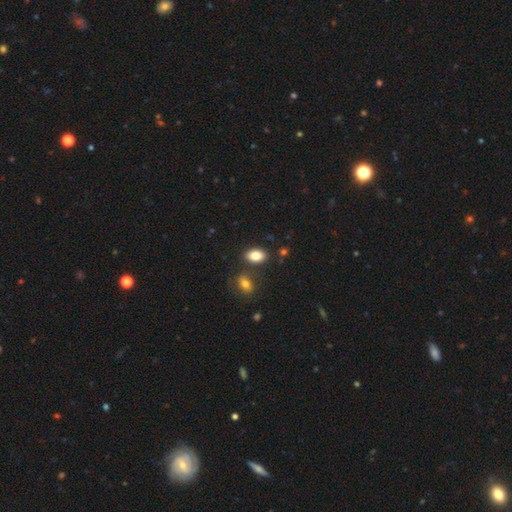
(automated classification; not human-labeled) A smooth galaxy with no disk features (83%) that is in between round and cigar-shaped (87%). Merging: none (77%).